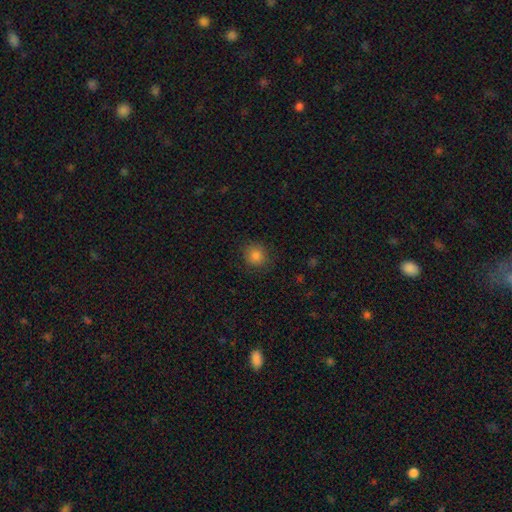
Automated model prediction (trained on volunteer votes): smooth 83%, star or artifact 12%, featured or disk 5%. Down the decision tree: how rounded — round (89%); merging — none (85%).